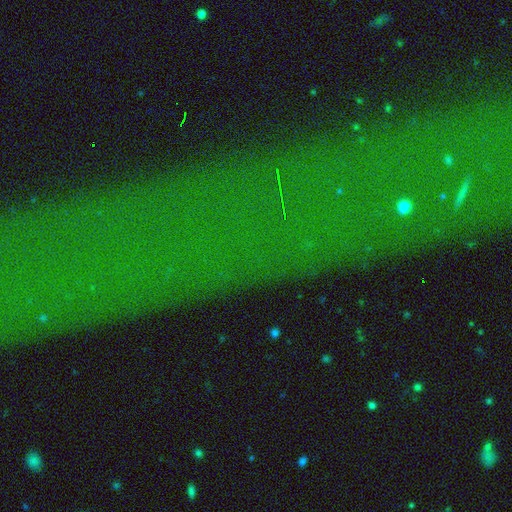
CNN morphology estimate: Overall: star or artifact (77%).